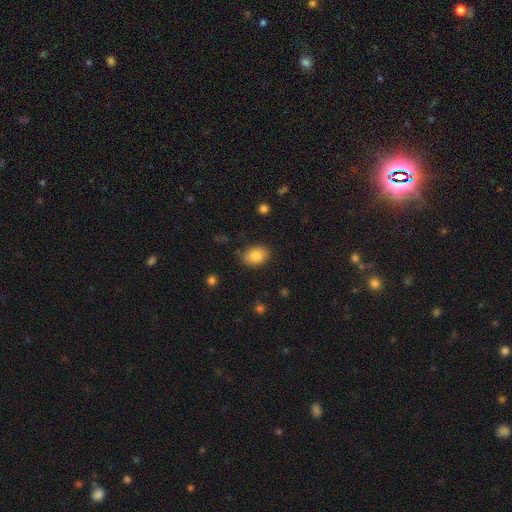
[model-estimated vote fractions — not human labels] Smooth or featured? smooth (84%)
How rounded? in between (80%)
Merging? none (85%)